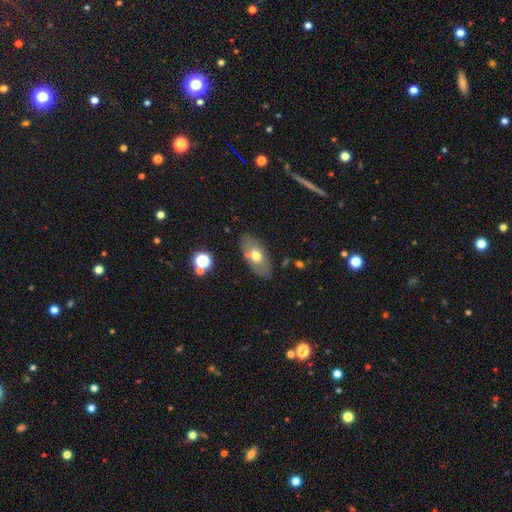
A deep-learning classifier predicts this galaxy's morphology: Smooth or featured: smooth — 59% (featured or disk — 33%)
How rounded: in between — 89% (round — 6%)
Merging: none — 78% (minor disturbance — 13%)